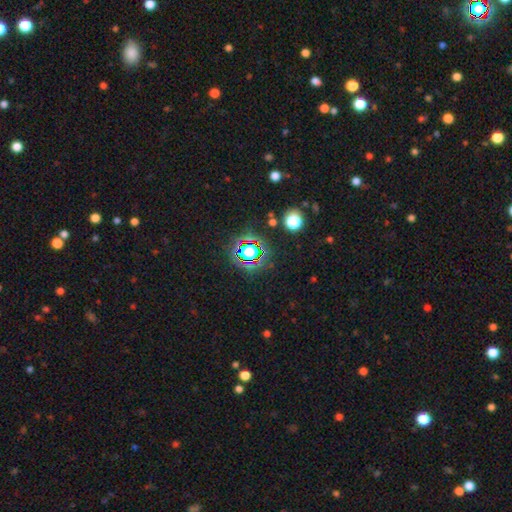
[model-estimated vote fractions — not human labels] A star or artifact, not a galaxy (80%).